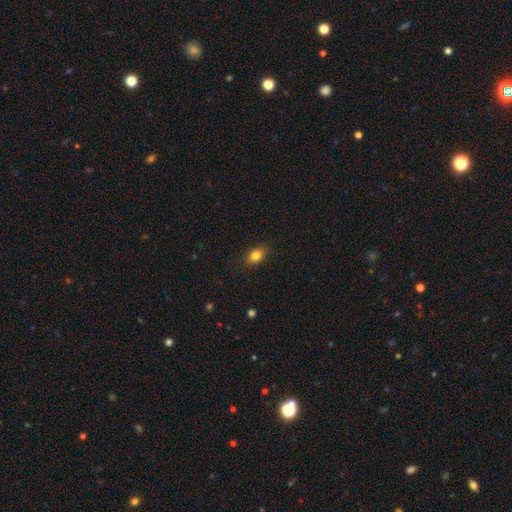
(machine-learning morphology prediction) This appears to be a smooth galaxy with no disk features (83%) that is in between round and cigar-shaped (70%). Merging: none (87%).